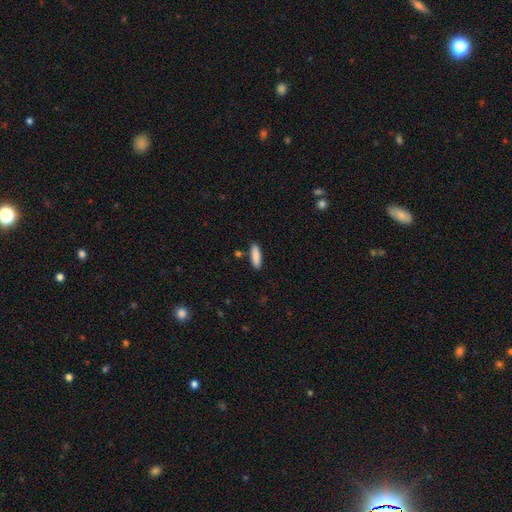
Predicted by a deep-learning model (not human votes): smooth-or-featured: smooth: 87% | star or artifact: 6% | featured or disk: 6%
  how-rounded: cigar-shaped: 52% | in between: 46% | round: 2%
  merging: none: 85% | minor disturbance: 9% | merger: 3% | major disturbance: 2%